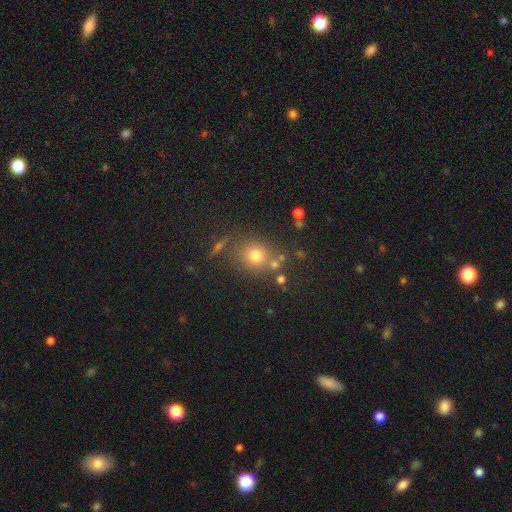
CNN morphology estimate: smooth 70%, star or artifact 19%, featured or disk 11%. Down the decision tree: how rounded — round (85%); merging — none (74%).